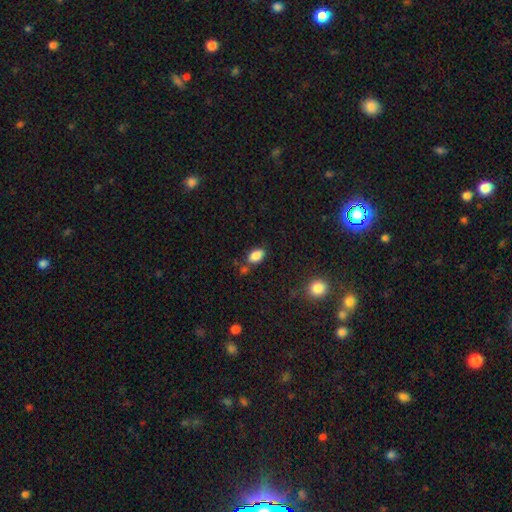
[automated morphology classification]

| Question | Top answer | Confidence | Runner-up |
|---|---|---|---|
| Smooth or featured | smooth | 86% | star or artifact (9%) |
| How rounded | in between | 89% | round (9%) |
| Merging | none | 72% | minor disturbance (14%) |